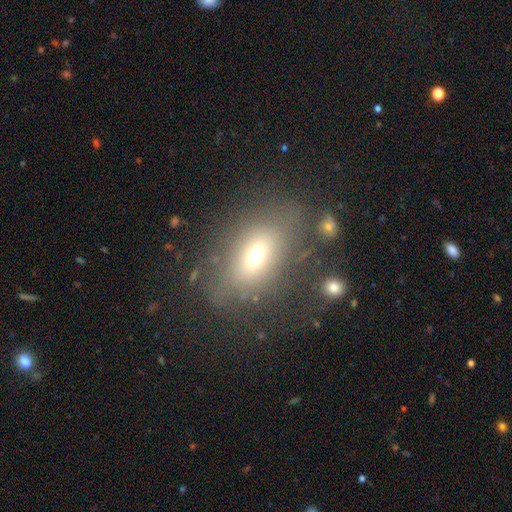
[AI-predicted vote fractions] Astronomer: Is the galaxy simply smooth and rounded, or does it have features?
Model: smooth — 62%.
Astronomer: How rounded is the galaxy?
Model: in between — 77%.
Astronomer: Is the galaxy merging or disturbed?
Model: none — 67%.